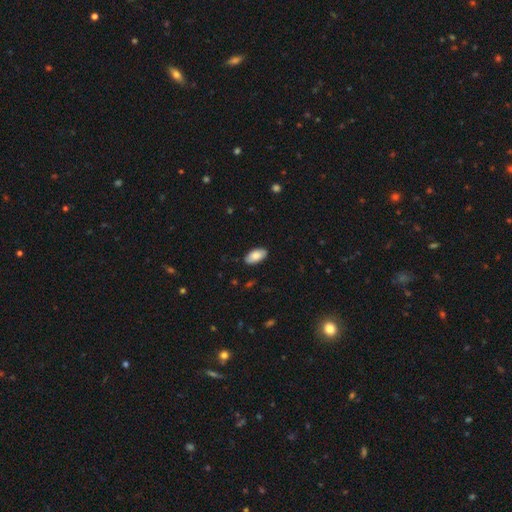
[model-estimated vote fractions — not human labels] smooth_or_featured: smooth (p=0.83) [alt: featured or disk p=0.10]
how_rounded: in between (p=0.95) [alt: cigar-shaped p=0.03]
merging: none (p=0.86) [alt: minor disturbance p=0.11]